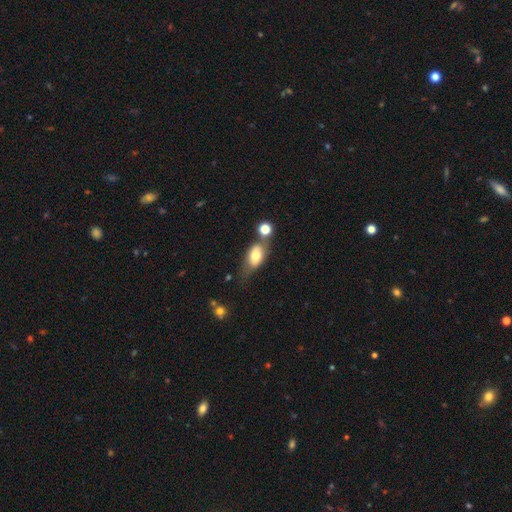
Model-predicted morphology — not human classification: The model was most divided on "merging": none: 46%, merger: 25%, minor disturbance: 20%, major disturbance: 9%. More confident: how rounded — in between (80%); smooth or featured — smooth (65%).